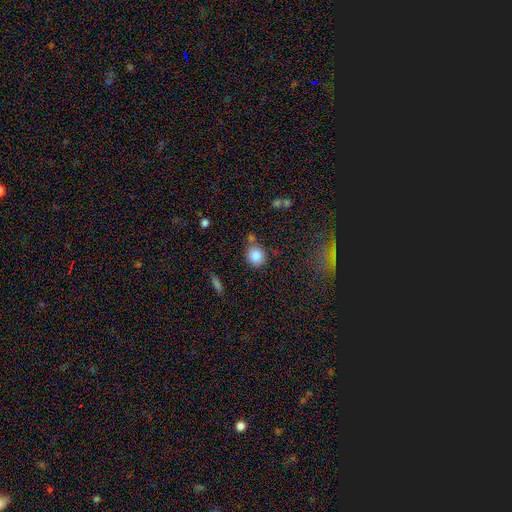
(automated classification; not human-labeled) This is clearly a smooth galaxy (84%). How rounded: likely round (80%). Merging: likely none (71%).